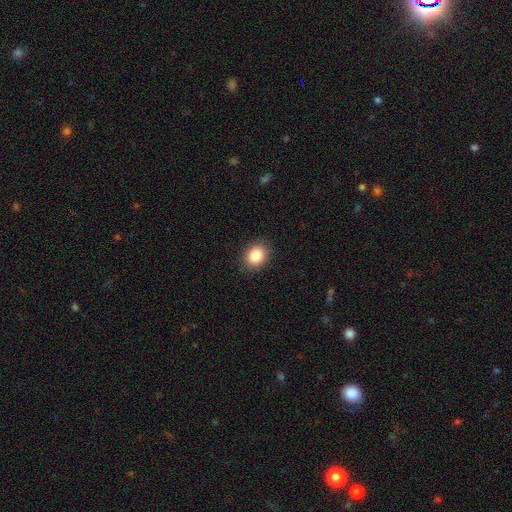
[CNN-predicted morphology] Smooth or featured?
  - smooth: 86% *
  - star or artifact: 9%
  - featured or disk: 5%
How rounded?
  - in between: 51% *
  - round: 48%
  - cigar-shaped: 1%
Merging?
  - none: 89% *
  - minor disturbance: 8%
  - major disturbance: 2%
  - merger: 1%